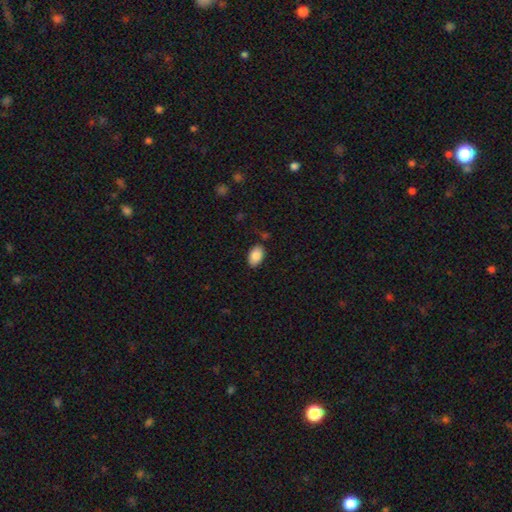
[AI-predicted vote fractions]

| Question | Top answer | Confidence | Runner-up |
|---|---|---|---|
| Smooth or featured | smooth | 86% | star or artifact (7%) |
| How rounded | in between | 90% | round (9%) |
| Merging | none | 82% | minor disturbance (13%) |